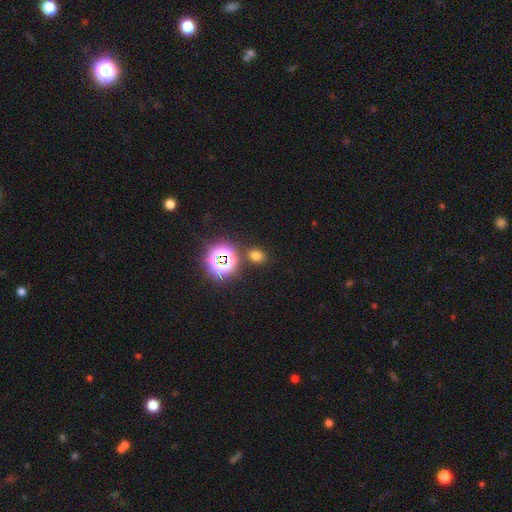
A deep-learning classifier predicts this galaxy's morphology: Overall: smooth (64%; star or artifact 30%). How rounded: in between (56%; round 43%). Merging: none (82%).